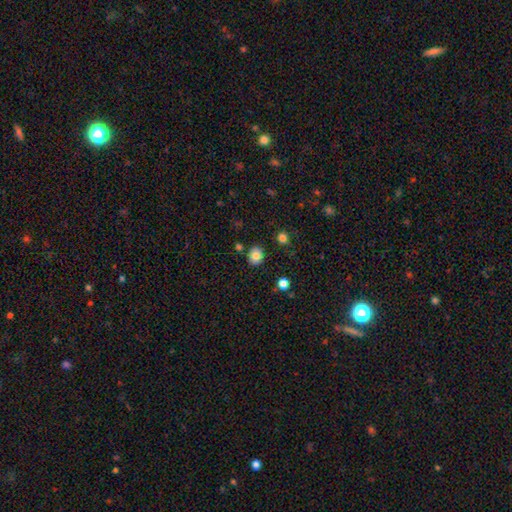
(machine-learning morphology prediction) The model was most divided on "how rounded": round: 62%, in between: 37%, cigar-shaped: 1%. More confident: smooth or featured — smooth (85%); merging — none (84%).